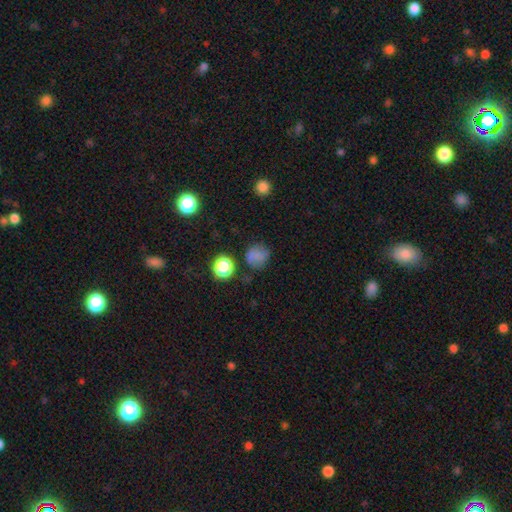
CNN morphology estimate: Smooth or featured: smooth — 72% (star or artifact — 18%)
How rounded: round — 84% (in between — 15%)
Merging: none — 68% (minor disturbance — 20%)